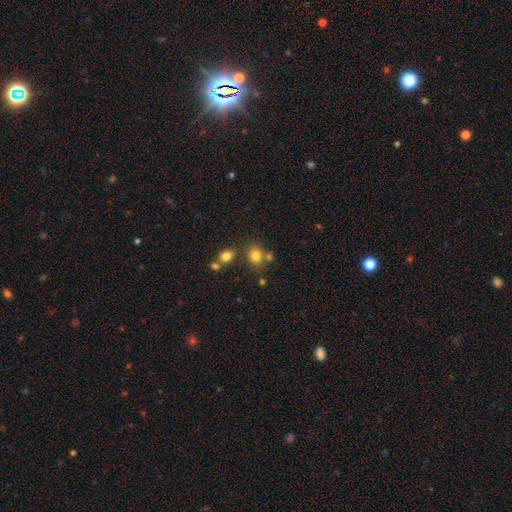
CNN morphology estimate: A smooth galaxy with no disk features (78%) that is round (56%). Merging: none (65%).